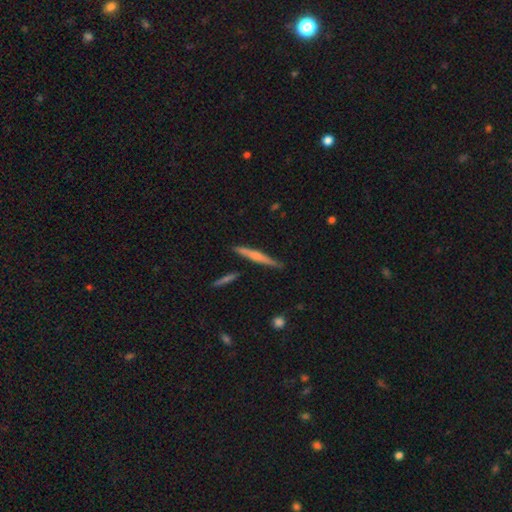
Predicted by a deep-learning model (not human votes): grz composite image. It shows a featured or disk galaxy (57%) viewed edge-on (97%) with a rounded central bulge (62%). Merging: none (87%).